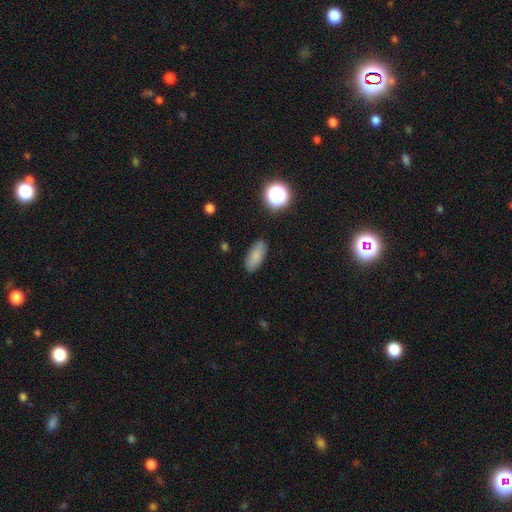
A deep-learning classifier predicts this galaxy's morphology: A smooth galaxy with no disk features (83%) that is in between round and cigar-shaped (81%).

Vote fractions:
- Smooth or featured? smooth: 83% / star or artifact: 9% / featured or disk: 8%
- How rounded? in between: 81% / cigar-shaped: 16% / round: 3%
- Merging? none: 86% / minor disturbance: 10% / major disturbance: 2% / merger: 1%